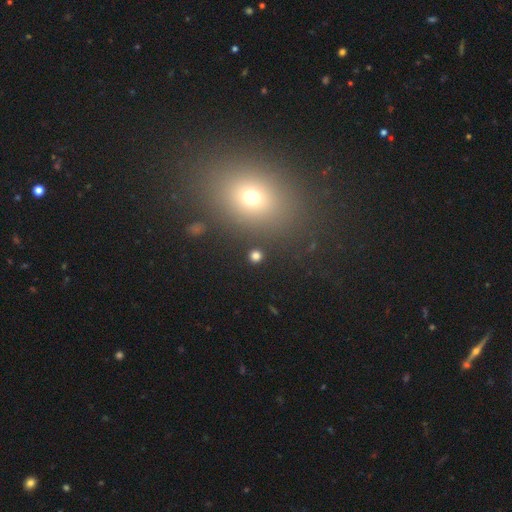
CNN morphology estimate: smooth 76%, star or artifact 18%, featured or disk 6%. Down the decision tree: how rounded — round (87%); merging — none (89%).